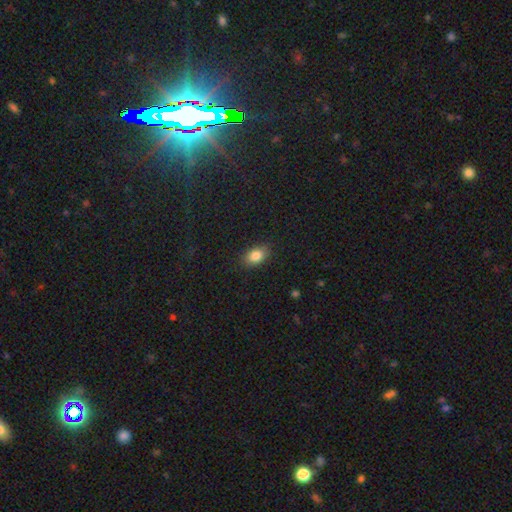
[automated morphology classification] type=smooth (83%); roundness=in between (85%); merging=none (87%).